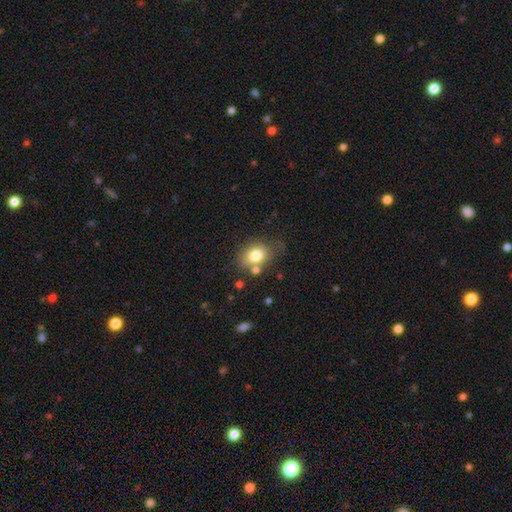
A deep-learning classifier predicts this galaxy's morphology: This is likely a smooth galaxy (78%). How rounded: possibly in between (59%). Merging: possibly none (60%).